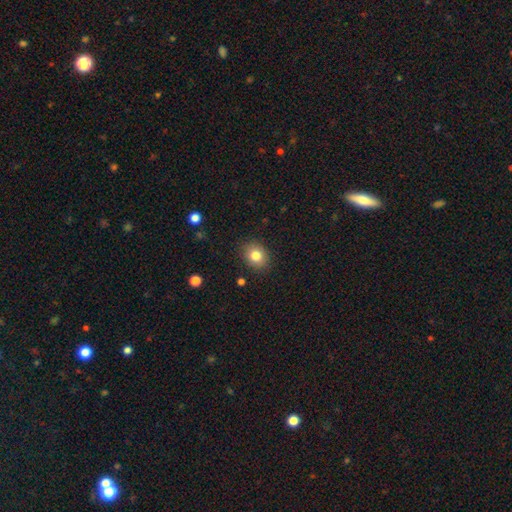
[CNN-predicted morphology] smooth_or_featured: smooth (p=0.82) [alt: star or artifact p=0.10]
how_rounded: round (p=0.54) [alt: in between p=0.45]
merging: none (p=0.87) [alt: minor disturbance p=0.09]